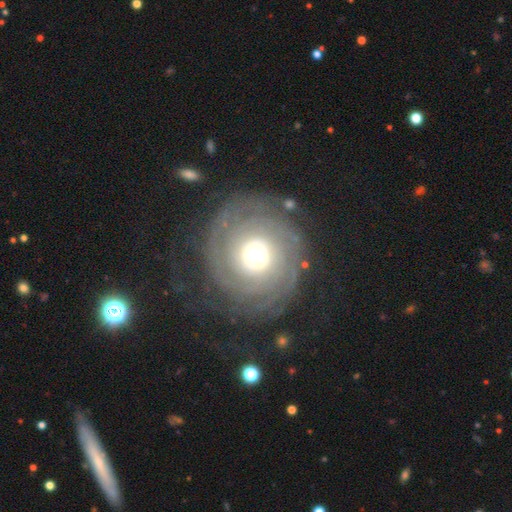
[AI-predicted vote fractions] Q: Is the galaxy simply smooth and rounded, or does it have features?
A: featured or disk — 81%.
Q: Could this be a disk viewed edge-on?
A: no — 97%.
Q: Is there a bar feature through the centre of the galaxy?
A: no — 69%.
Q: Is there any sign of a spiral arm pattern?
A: yes — 91%.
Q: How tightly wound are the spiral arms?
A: tight — 79%.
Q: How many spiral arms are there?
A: can't tell — 36%.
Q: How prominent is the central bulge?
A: moderate — 60%.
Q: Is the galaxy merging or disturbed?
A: none — 79%.